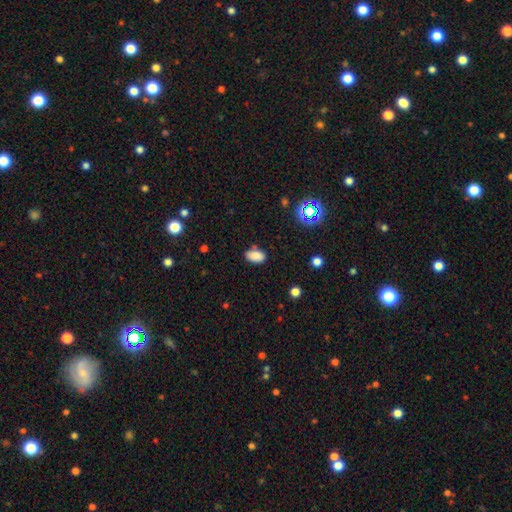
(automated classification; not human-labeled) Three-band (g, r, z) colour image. It shows a smooth galaxy with no disk features (82%) that is in between round and cigar-shaped (91%). Merging: none (76%).